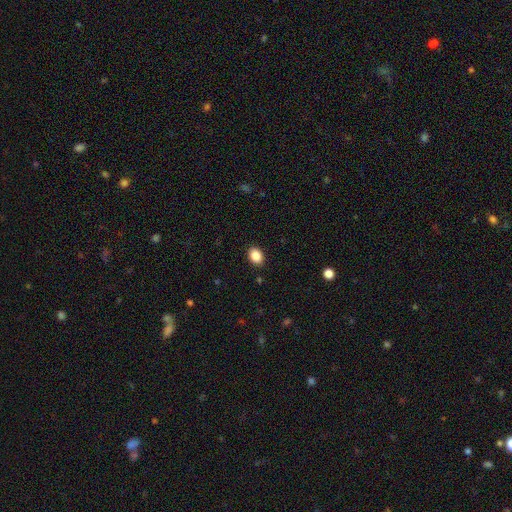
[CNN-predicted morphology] Q: Smooth or featured?
A: smooth (88%); runner-up: star or artifact (8%)
Q: How rounded?
A: in between (73%); runner-up: round (26%)
Q: Merging?
A: none (90%); runner-up: minor disturbance (7%)